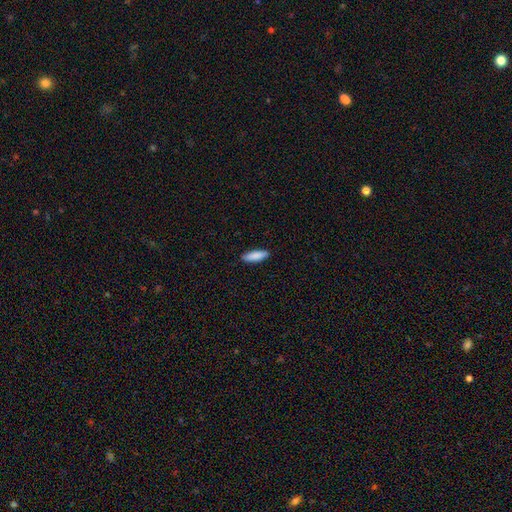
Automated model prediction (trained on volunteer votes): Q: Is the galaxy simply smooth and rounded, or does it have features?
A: smooth — 89%.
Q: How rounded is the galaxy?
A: in between — 50%.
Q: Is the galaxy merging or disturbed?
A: none — 90%.